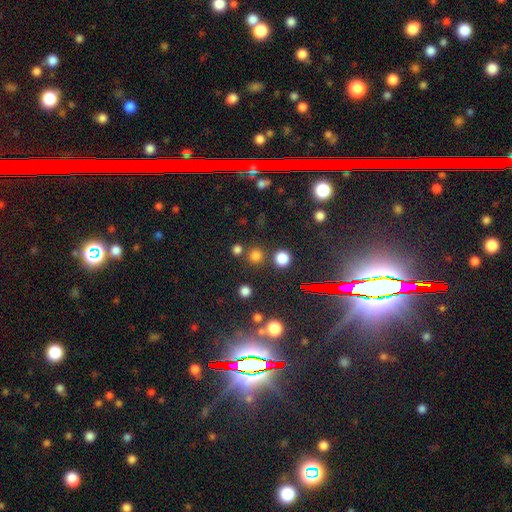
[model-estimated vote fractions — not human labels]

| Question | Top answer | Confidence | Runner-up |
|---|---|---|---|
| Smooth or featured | smooth | 72% | star or artifact (23%) |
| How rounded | round | 93% | in between (6%) |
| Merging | none | 79% | merger (11%) |